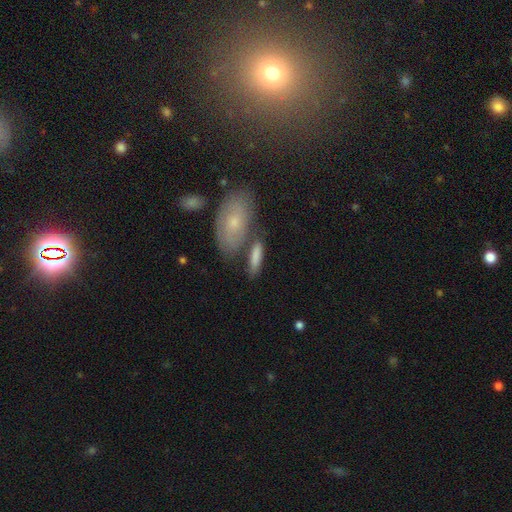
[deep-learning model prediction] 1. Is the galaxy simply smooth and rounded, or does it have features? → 77% smooth, 17% featured or disk, 6% star or artifact.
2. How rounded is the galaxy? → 53% in between, 43% cigar-shaped, 4% round.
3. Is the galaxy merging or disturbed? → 61% none, 18% merger, 16% minor disturbance, 6% major disturbance.